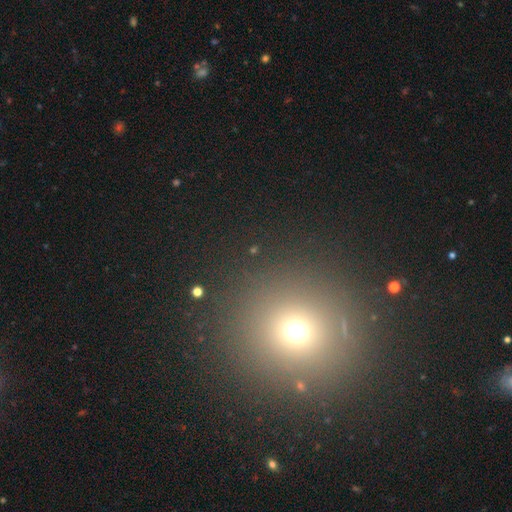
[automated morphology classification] A smooth galaxy with no disk features (60%) that is round (91%). Merging: none (89%).